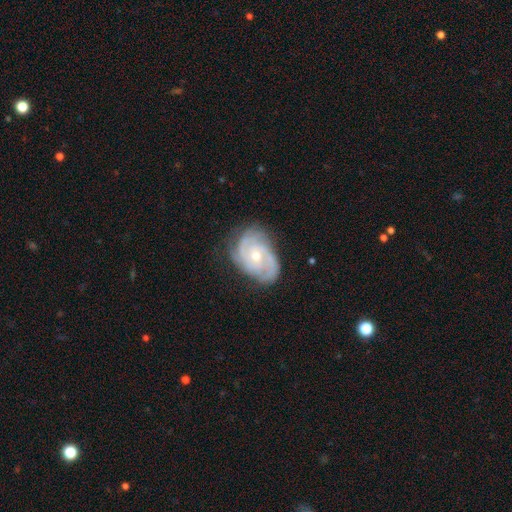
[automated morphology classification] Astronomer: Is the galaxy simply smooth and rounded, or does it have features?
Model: featured or disk — 85%.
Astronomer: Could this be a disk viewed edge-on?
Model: no — 97%.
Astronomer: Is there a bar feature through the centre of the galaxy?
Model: no — 68%.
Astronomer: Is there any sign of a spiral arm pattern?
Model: yes — 96%.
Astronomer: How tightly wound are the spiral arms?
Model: tight — 64%.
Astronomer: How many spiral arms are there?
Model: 3 — 32% (runner-up: 2, 26%).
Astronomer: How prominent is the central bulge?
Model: moderate — 56% (runner-up: small, 40%).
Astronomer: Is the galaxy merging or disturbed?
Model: none — 72%.